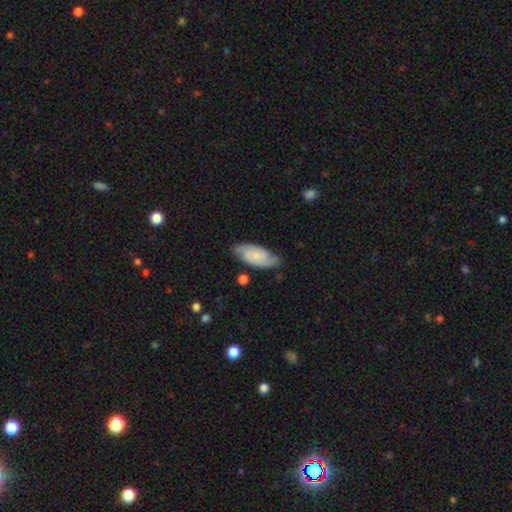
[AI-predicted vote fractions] featured or disk 55%, smooth 39%, star or artifact 6%. Down the decision tree: edge-on disk — no (92%); bar — no (65%); spiral arms — yes (92%); bulge size — small (57%); merging — none (78%).